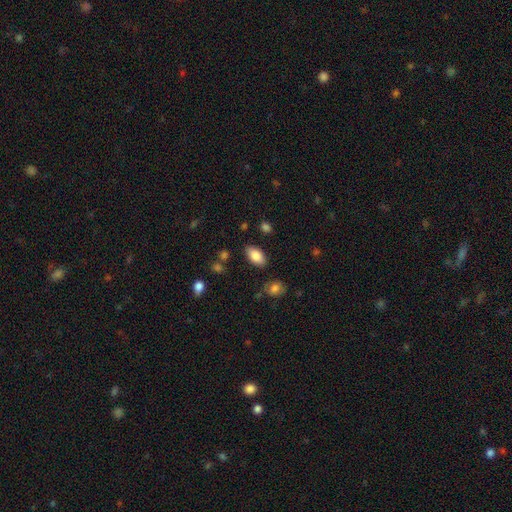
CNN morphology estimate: smooth_or_featured: smooth (p=0.85) [alt: featured or disk p=0.08]
how_rounded: in between (p=0.93) [alt: round p=0.04]
merging: none (p=0.84) [alt: minor disturbance p=0.11]